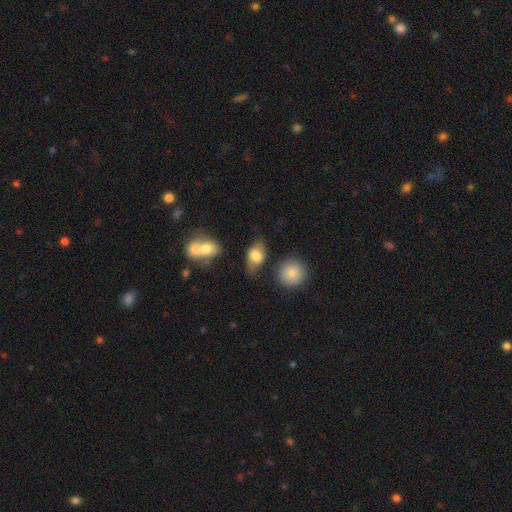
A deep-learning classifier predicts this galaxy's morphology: A smooth galaxy with no disk features (74%) that is in between round and cigar-shaped (85%). Merging: none (60%).